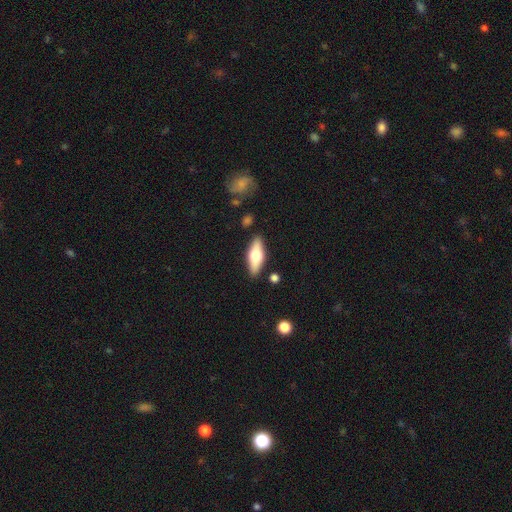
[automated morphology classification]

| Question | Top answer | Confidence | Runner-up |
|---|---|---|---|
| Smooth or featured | smooth | 51% | featured or disk (43%) |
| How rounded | in between | 63% | cigar-shaped (34%) |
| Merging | none | 86% | minor disturbance (9%) |